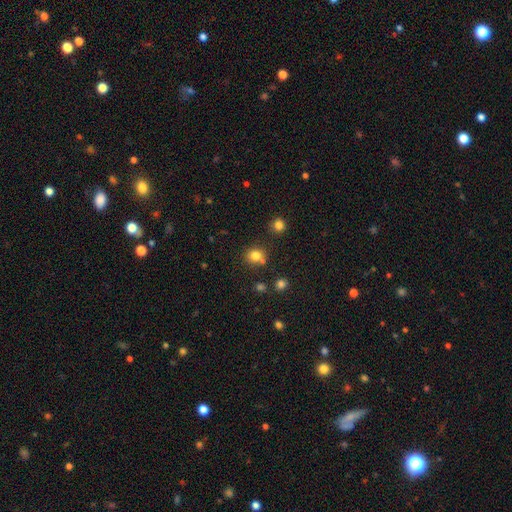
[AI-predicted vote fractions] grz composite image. It shows a smooth galaxy with no disk features (80%) that is round (81%). Merging: none (73%).